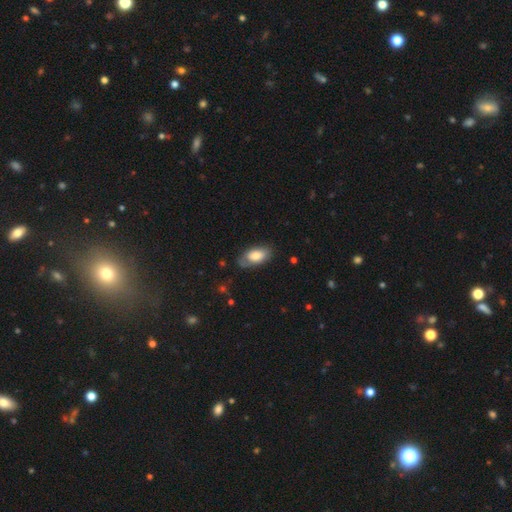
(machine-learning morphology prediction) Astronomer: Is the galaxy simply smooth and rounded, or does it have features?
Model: smooth — 75%.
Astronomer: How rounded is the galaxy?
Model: in between — 93%.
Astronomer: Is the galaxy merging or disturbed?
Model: none — 68%.